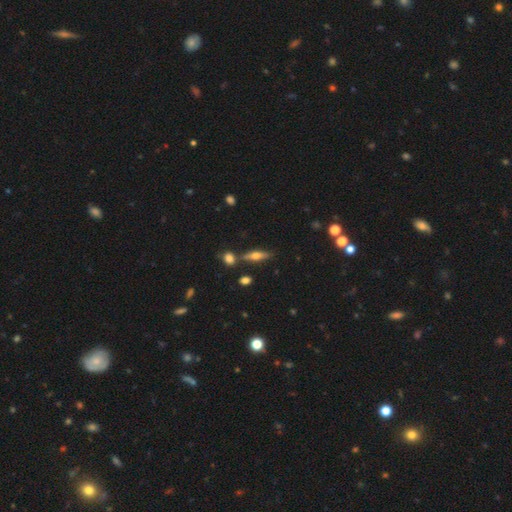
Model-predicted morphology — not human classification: This is possibly a featured or disk galaxy (54%). It is clearly viewed edge-on (93%). Edge-on bulge: clearly rounded (91%). Merging: likely none (76%).